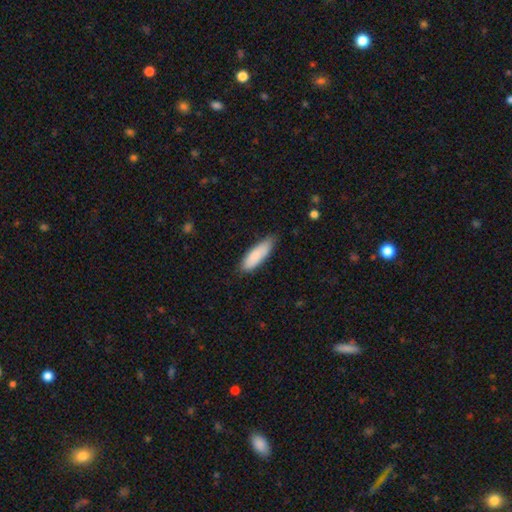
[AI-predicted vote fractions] This is clearly a smooth galaxy (85%). How rounded: possibly in between (49%, tied with cigar-shaped). Merging: likely none (74%).